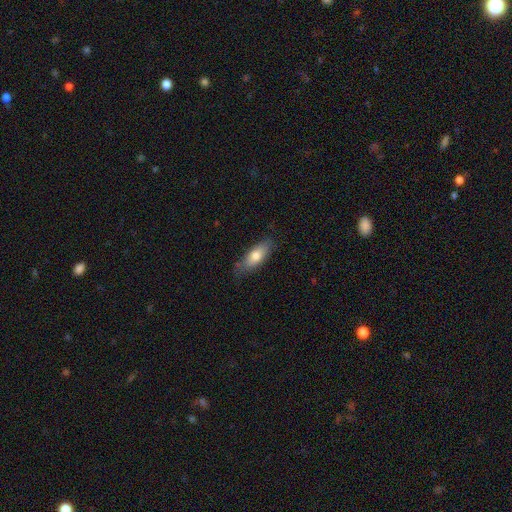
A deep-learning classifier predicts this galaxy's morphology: smooth 73%, featured or disk 21%, star or artifact 6%. Down the decision tree: how rounded — in between (70%); merging — none (75%).